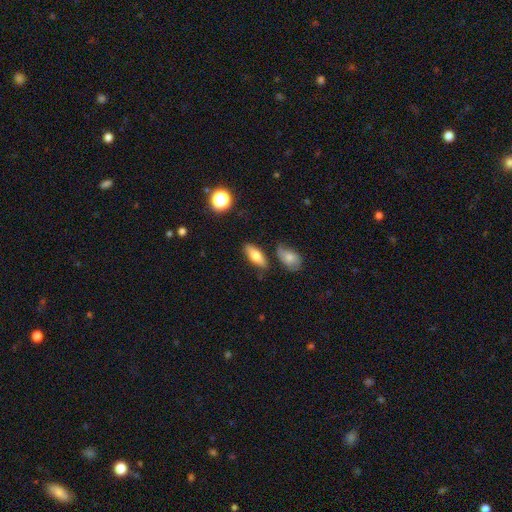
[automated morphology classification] smooth-or-featured: smooth: 74% | featured or disk: 18% | star or artifact: 8%
  how-rounded: in between: 75% | cigar-shaped: 22% | round: 3%
  merging: none: 76% | minor disturbance: 14% | merger: 7% | major disturbance: 3%